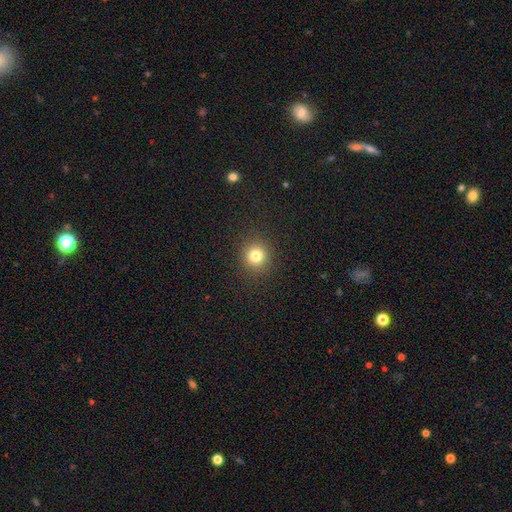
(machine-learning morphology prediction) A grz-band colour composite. It shows a smooth galaxy with no disk features (80%) that is round (92%). Merging: none (91%).